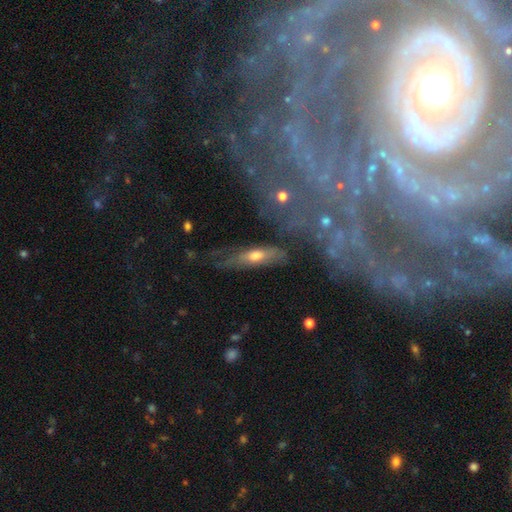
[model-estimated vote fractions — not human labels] Q: Smooth or featured?
A: featured or disk (49%); runner-up: smooth (42%)
Q: Merging?
A: none (62%); runner-up: minor disturbance (22%)